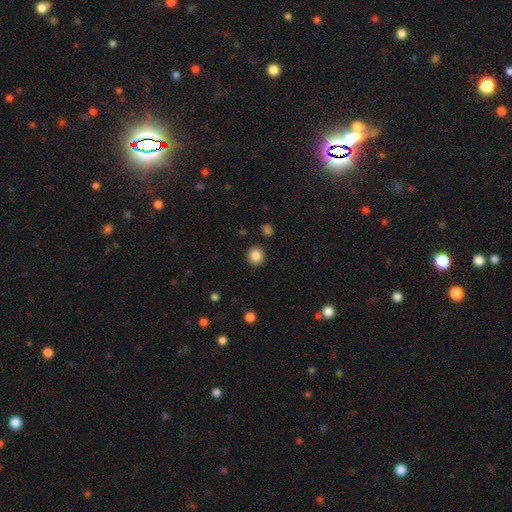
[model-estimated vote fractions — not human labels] Morphology: type=smooth (86%); roundness=round (85%); merging=none (90%).